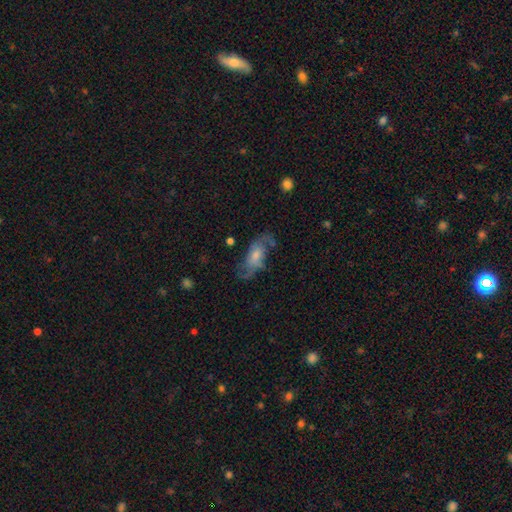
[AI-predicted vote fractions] This appears to be a featured or disk galaxy (60%) with no bar (62%), spiral arms (79%) and a moderate central bulge (40%). Merging: none (56%).